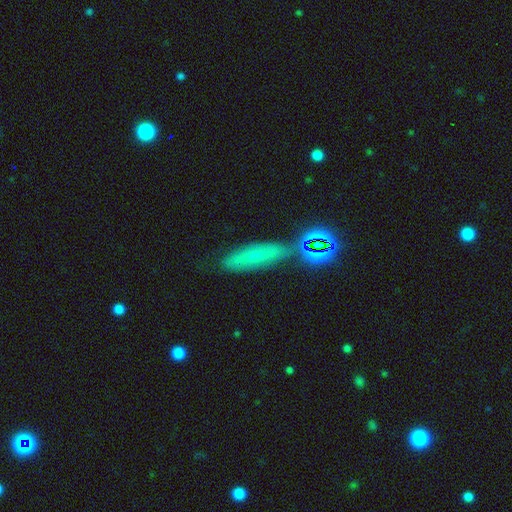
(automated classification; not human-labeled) Smooth or featured? smooth (43%)
Merging? none (60%)